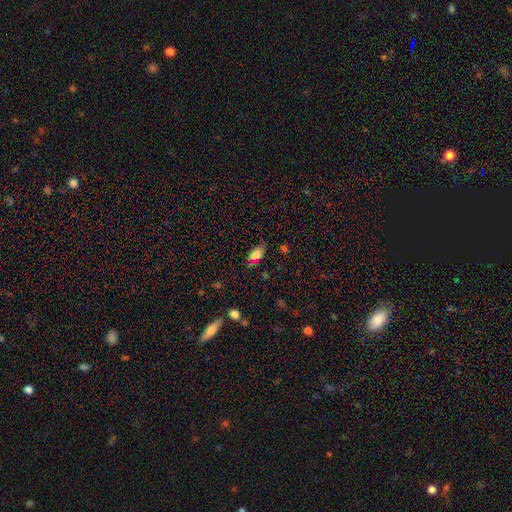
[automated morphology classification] A smooth galaxy with no disk features (77%) that is in between round and cigar-shaped (87%). Merging: none (71%).